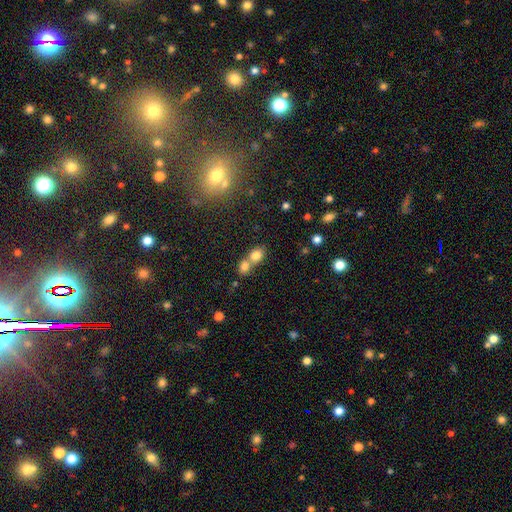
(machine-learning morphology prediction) This is likely a smooth galaxy (77%). How rounded: possibly round (50%). Merging: likely merger (64%).